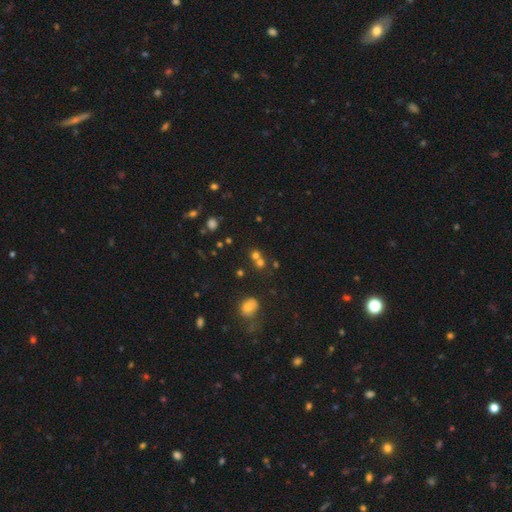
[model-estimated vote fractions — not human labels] Smooth or featured? Predicted: smooth (p=0.61). How rounded? Predicted: round (p=0.83). Merging? Predicted: none (p=0.48).